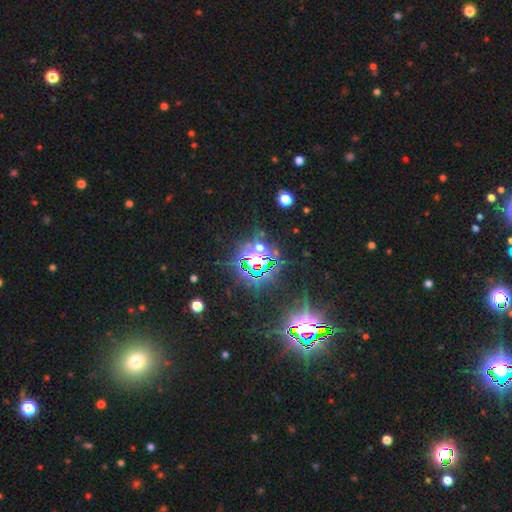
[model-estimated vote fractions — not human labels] A star or artifact, not a galaxy (84%).